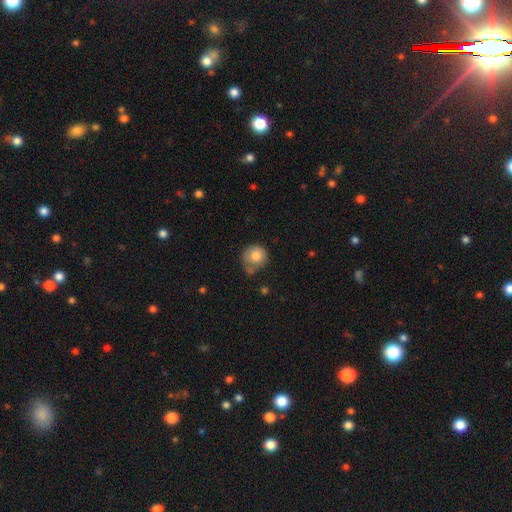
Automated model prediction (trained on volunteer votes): Smooth or featured: smooth — 79% (featured or disk — 13%)
How rounded: round — 88% (in between — 11%)
Merging: none — 52% (minor disturbance — 24%)